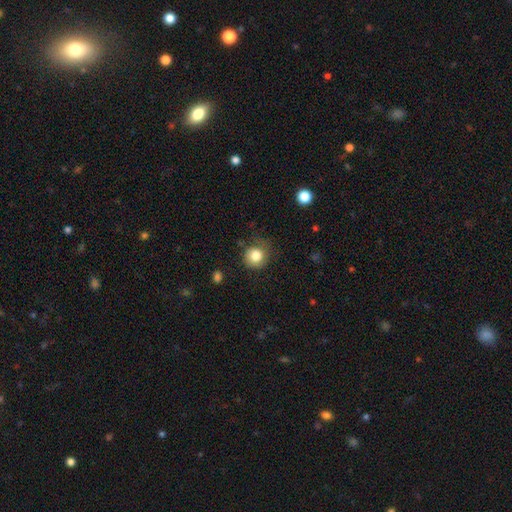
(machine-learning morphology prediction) Overall: smooth (81%). How rounded: round (86%). Merging: none (67%).